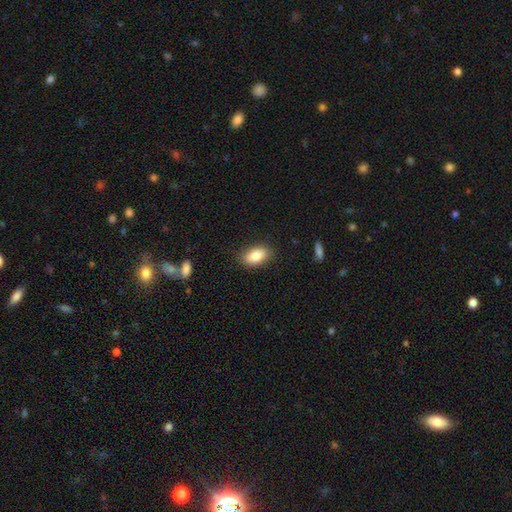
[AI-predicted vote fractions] A smooth galaxy with no disk features (84%) that is in between round and cigar-shaped (90%).

Vote fractions:
- Smooth or featured? smooth: 84% / featured or disk: 9% / star or artifact: 7%
- How rounded? in between: 90% / round: 7% / cigar-shaped: 3%
- Merging? none: 84% / minor disturbance: 12% / major disturbance: 3% / merger: 1%